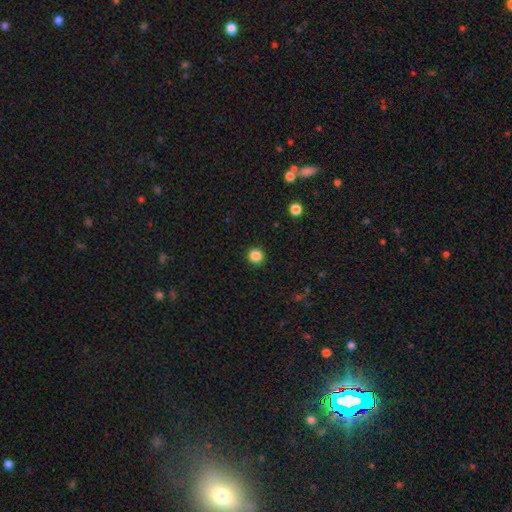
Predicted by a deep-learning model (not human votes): This appears to be a smooth galaxy with no disk features (86%) that is round (91%). Merging: none (92%).